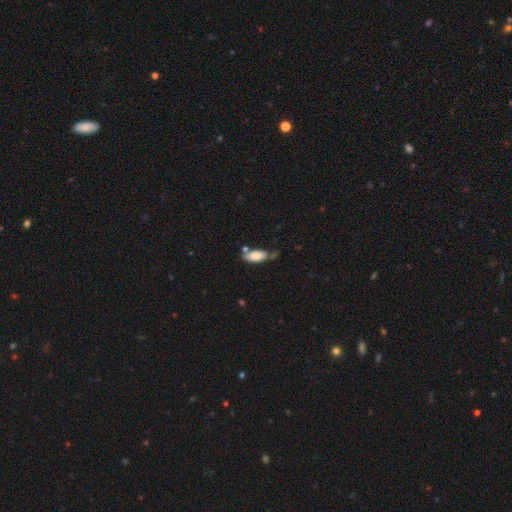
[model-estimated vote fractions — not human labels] A smooth galaxy with no disk features (77%) that is in between round and cigar-shaped (83%).

Vote fractions:
- Smooth or featured? smooth: 77% / featured or disk: 16% / star or artifact: 7%
- How rounded? in between: 83% / cigar-shaped: 14% / round: 2%
- Merging? none: 51% / minor disturbance: 27% / merger: 15% / major disturbance: 8%